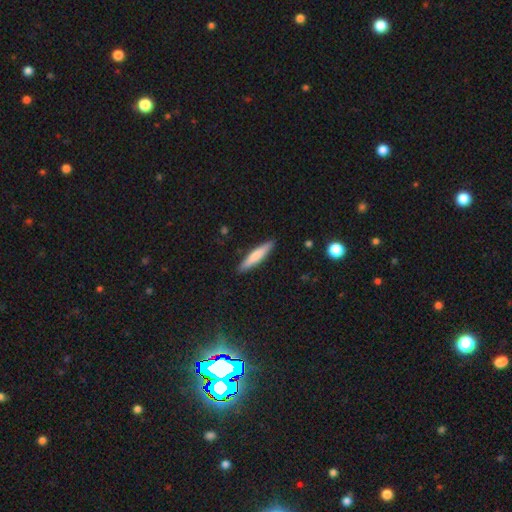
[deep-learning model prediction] Q: Smooth or featured?
A: smooth (71%); runner-up: featured or disk (24%)
Q: How rounded?
A: cigar-shaped (88%); runner-up: in between (11%)
Q: Merging?
A: none (90%); runner-up: minor disturbance (7%)